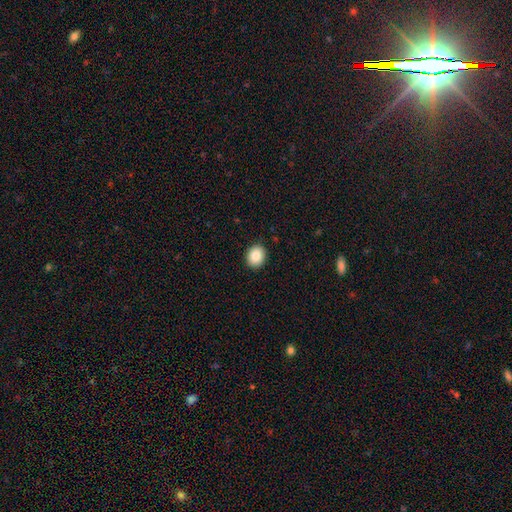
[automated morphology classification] A smooth galaxy with no disk features (87%) that is round (64%). Merging: none (91%).